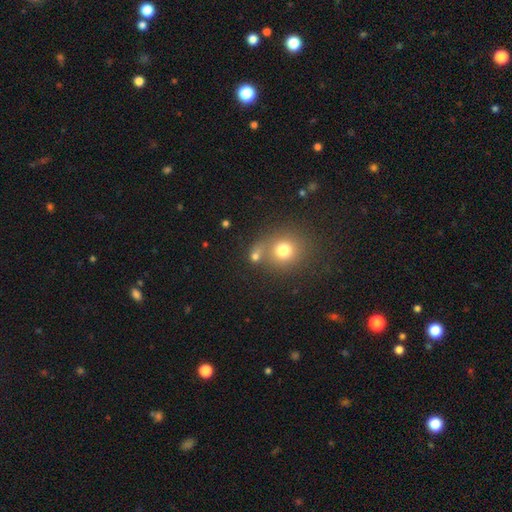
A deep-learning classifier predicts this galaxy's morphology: A smooth galaxy with no disk features (71%) that is round (78%). Merging: none (52%).